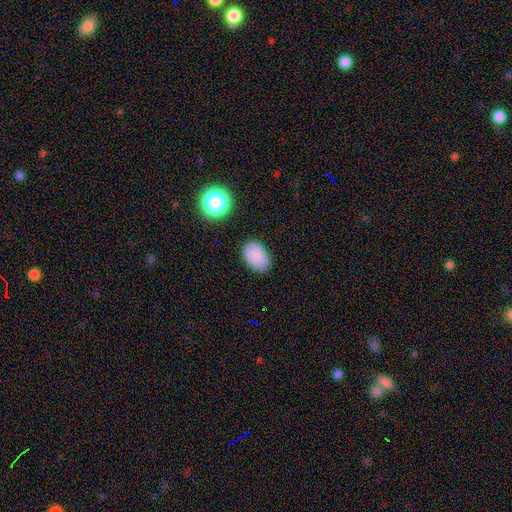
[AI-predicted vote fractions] Smooth or featured: smooth — 86% (star or artifact — 9%)
How rounded: in between — 86% (round — 13%)
Merging: none — 83% (minor disturbance — 13%)